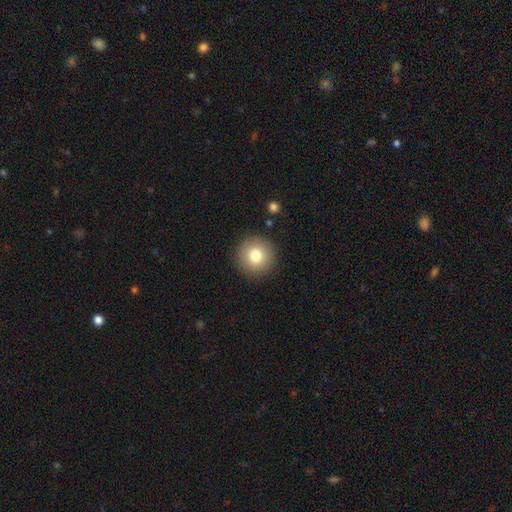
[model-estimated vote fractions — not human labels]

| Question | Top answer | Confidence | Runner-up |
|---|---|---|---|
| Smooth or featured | smooth | 79% | featured or disk (11%) |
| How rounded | round | 95% | in between (4%) |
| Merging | none | 90% | minor disturbance (6%) |